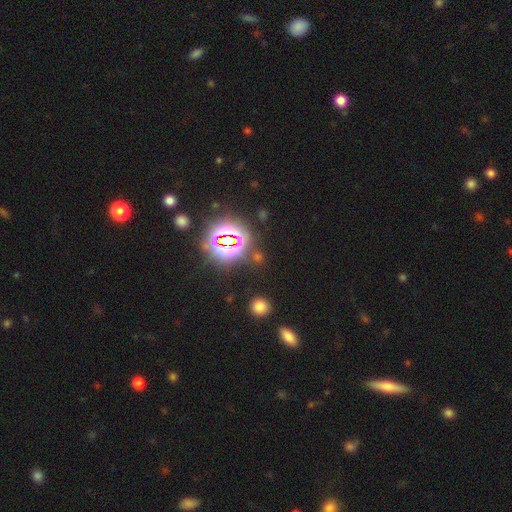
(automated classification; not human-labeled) Smooth or featured? Predicted: star or artifact (p=0.72).